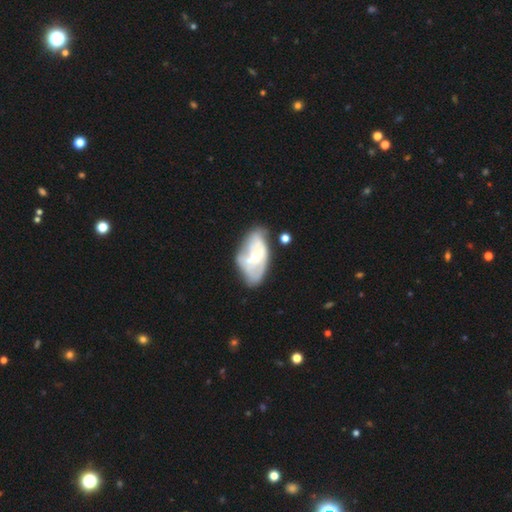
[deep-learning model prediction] smooth_or_featured: featured or disk (p=0.59) [alt: smooth p=0.34]
disk_edge_on: no (p=0.94) [alt: yes p=0.06]
bar: no (p=0.53) [alt: weak p=0.35]
has_spiral_arms: no (p=0.52) [alt: yes p=0.48]
bulge_size: moderate (p=0.48) [alt: small p=0.34]
merging: none (p=0.37) [alt: minor disturbance p=0.29]